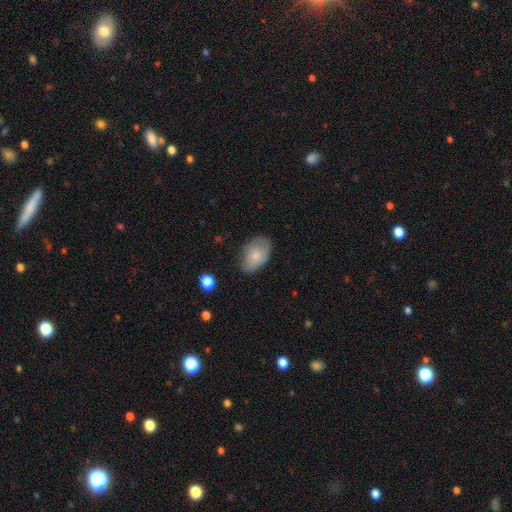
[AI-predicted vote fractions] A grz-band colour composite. It shows a smooth galaxy with no disk features (78%) that is in between round and cigar-shaped (89%). Merging: none (69%).